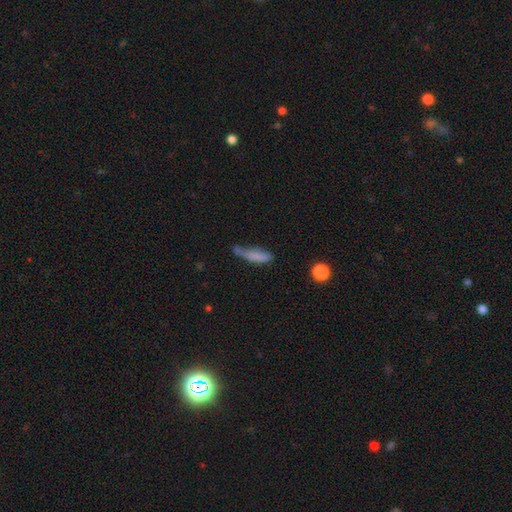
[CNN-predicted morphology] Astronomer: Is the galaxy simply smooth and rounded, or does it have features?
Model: smooth — 70%.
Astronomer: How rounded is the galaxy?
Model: cigar-shaped — 65%.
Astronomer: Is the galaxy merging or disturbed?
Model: none — 36% (runner-up: minor disturbance, 32%).